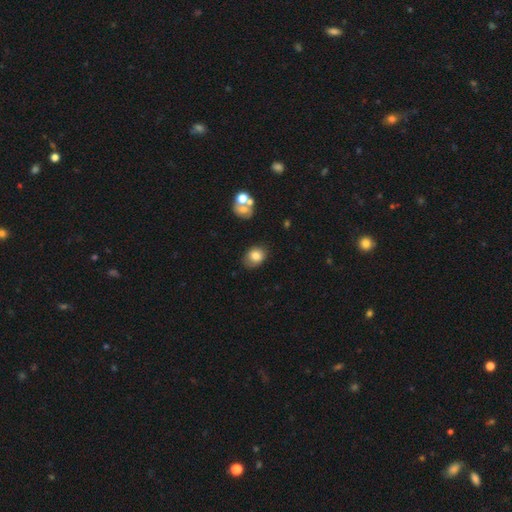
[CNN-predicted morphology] A smooth galaxy with no disk features (79%) that is in between round and cigar-shaped (57%).

Vote fractions:
- Smooth or featured? smooth: 79% / featured or disk: 11% / star or artifact: 10%
- How rounded? in between: 57% / round: 42% / cigar-shaped: 1%
- Merging? none: 71% / minor disturbance: 20% / major disturbance: 5% / merger: 3%